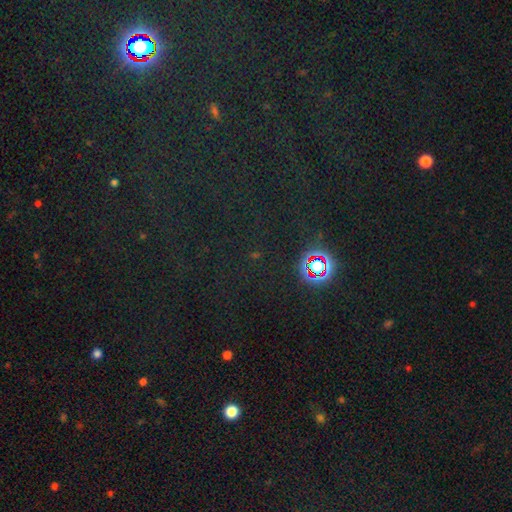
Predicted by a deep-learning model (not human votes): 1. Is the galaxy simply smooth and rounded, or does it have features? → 82% star or artifact, 11% smooth, 7% featured or disk.